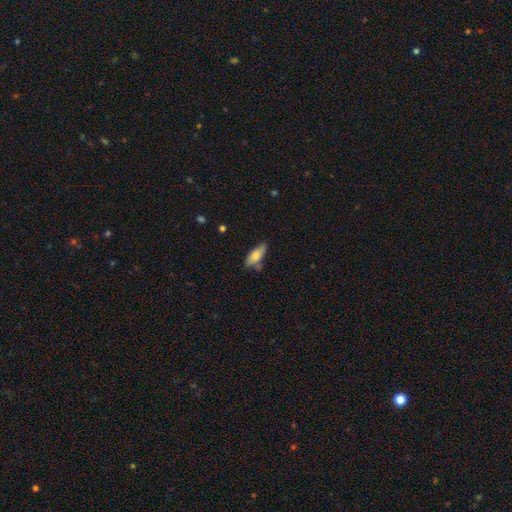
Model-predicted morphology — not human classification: This is likely a smooth galaxy (77%). How rounded: likely in between (70%). Merging: likely none (64%).